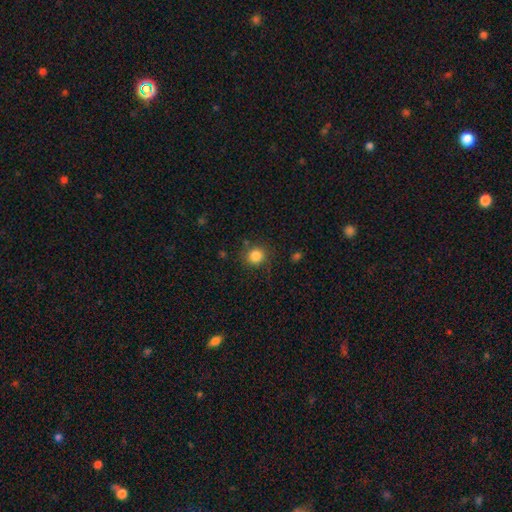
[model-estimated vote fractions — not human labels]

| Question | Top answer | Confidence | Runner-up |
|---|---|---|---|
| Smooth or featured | smooth | 84% | star or artifact (11%) |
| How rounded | round | 90% | in between (9%) |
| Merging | none | 83% | minor disturbance (11%) |